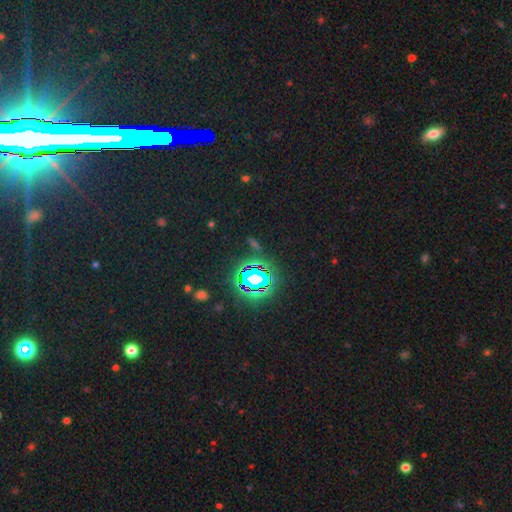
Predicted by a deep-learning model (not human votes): Smooth or featured?
  - star or artifact: 83% *
  - smooth: 9%
  - featured or disk: 7%